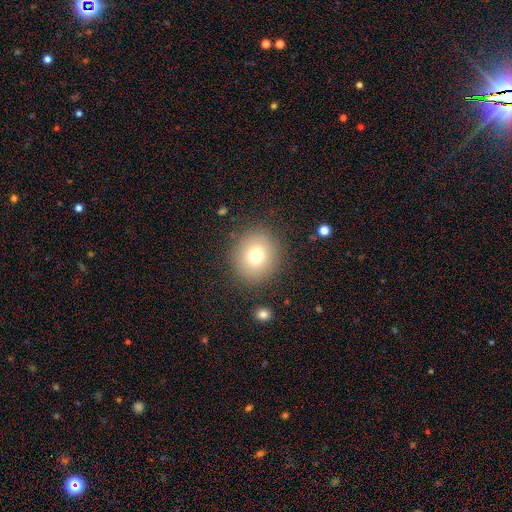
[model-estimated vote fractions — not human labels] Smooth or featured?
  - smooth: 75% *
  - star or artifact: 13%
  - featured or disk: 12%
How rounded?
  - round: 85% *
  - in between: 14%
  - cigar-shaped: 1%
Merging?
  - none: 87% *
  - minor disturbance: 8%
  - major disturbance: 4%
  - merger: 2%